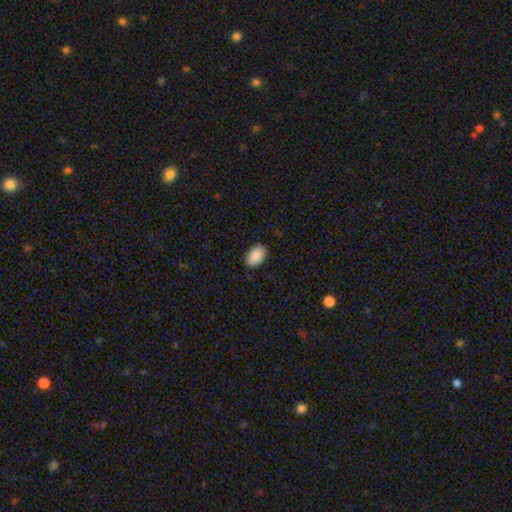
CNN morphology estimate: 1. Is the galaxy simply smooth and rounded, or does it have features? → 90% smooth, 7% star or artifact, 3% featured or disk.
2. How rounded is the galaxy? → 89% in between, 10% round, 1% cigar-shaped.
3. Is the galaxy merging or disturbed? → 87% none, 10% minor disturbance, 2% major disturbance, 1% merger.